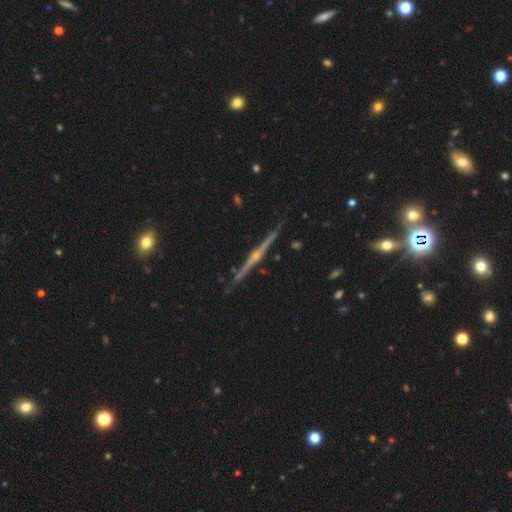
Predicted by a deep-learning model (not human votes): A featured or disk galaxy (89%) viewed edge-on (98%) with a rounded central bulge (91%). Merging: none (88%).